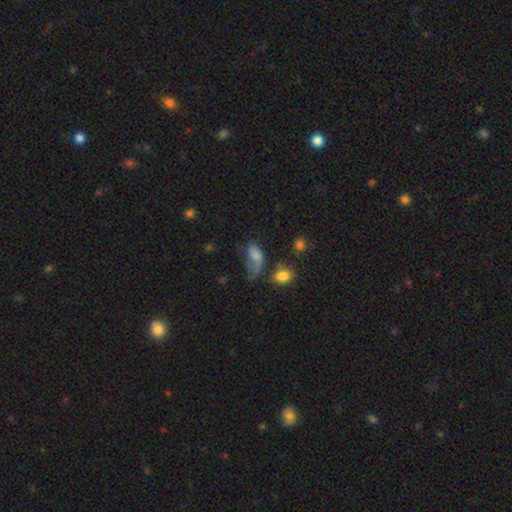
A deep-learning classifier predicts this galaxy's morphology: smooth_or_featured: smooth (p=0.60) [alt: featured or disk p=0.29]
how_rounded: in between (p=0.88) [alt: round p=0.07]
merging: major disturbance (p=0.47) [alt: minor disturbance p=0.22]